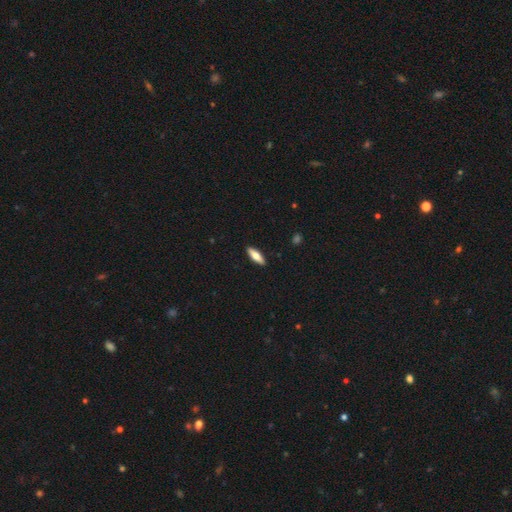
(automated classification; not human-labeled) A smooth galaxy with no disk features (64%) that is cigar-shaped (51%).

Vote fractions:
- Smooth or featured? smooth: 64% / featured or disk: 31% / star or artifact: 6%
- How rounded? cigar-shaped: 51% / in between: 47% / round: 2%
- Merging? none: 91% / minor disturbance: 7% / major disturbance: 2% / merger: 1%